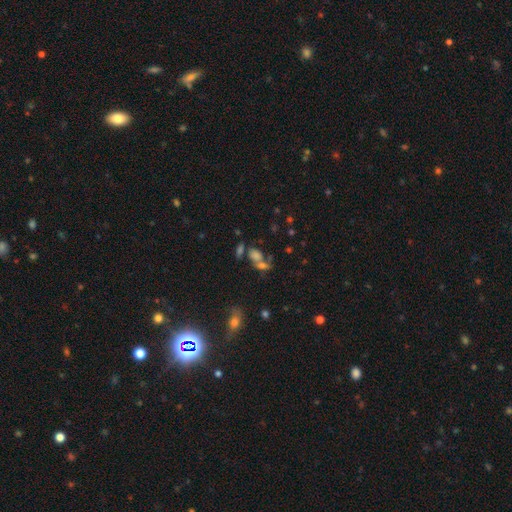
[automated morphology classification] Smooth or featured: smooth — 62% (star or artifact — 21%)
How rounded: in between — 72% (round — 24%)
Merging: merger — 47% (none — 33%)